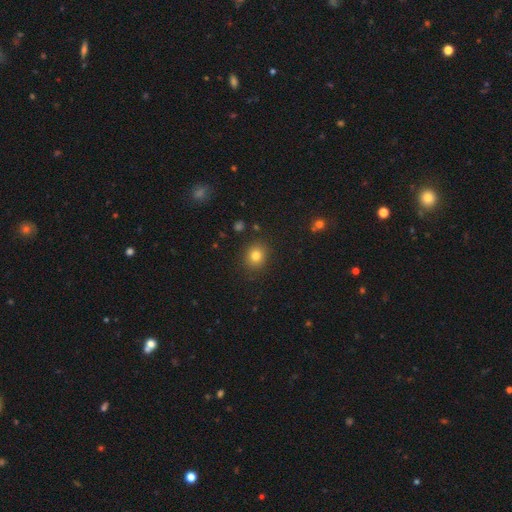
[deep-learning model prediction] Smooth or featured? smooth (80%)
How rounded? round (76%)
Merging? none (88%)